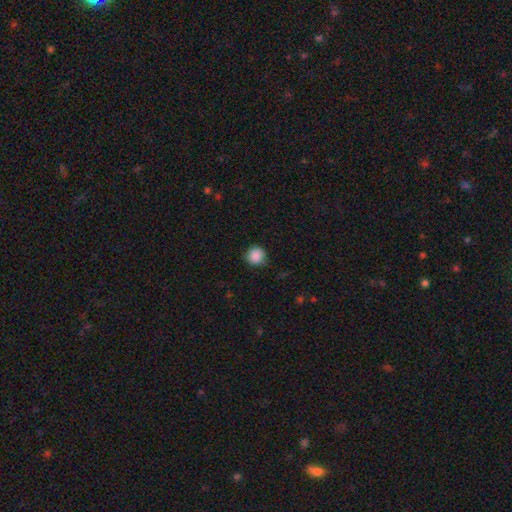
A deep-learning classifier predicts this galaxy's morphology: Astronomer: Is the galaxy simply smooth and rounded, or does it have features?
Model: smooth — 88%.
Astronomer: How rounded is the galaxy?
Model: round — 93%.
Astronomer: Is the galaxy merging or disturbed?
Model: none — 83%.